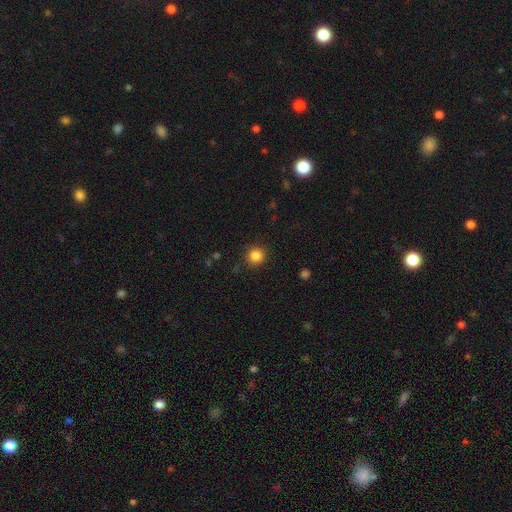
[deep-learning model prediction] A smooth galaxy with no disk features (85%) that is round (93%).

Vote fractions:
- Smooth or featured? smooth: 85% / star or artifact: 11% / featured or disk: 4%
- How rounded? round: 93% / in between: 6% / cigar-shaped: 1%
- Merging? none: 88% / minor disturbance: 8% / major disturbance: 3% / merger: 1%